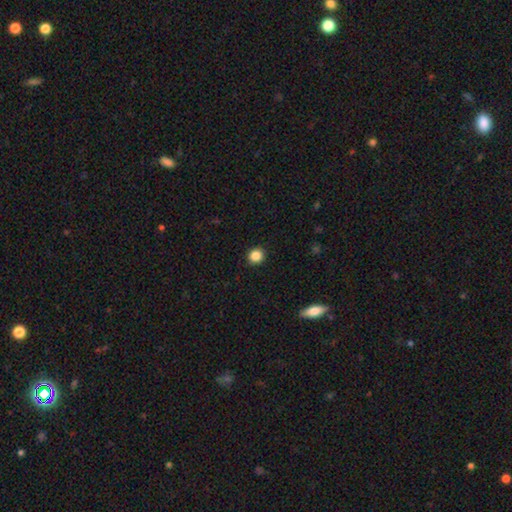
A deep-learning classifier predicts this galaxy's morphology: smooth_or_featured: smooth (p=0.86) [alt: star or artifact p=0.10]
how_rounded: round (p=0.84) [alt: in between p=0.15]
merging: none (p=0.92) [alt: minor disturbance p=0.05]